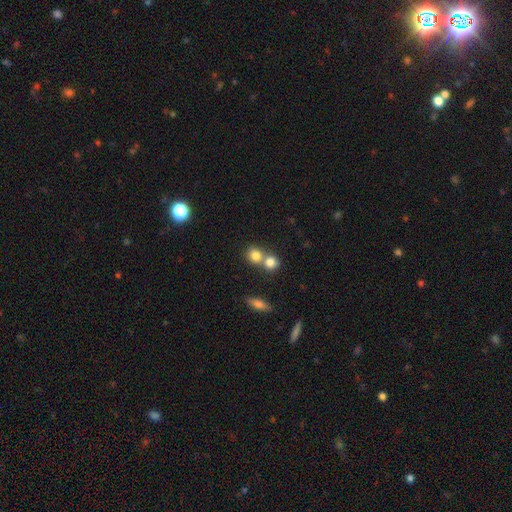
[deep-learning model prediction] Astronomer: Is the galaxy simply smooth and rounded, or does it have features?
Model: smooth — 80%.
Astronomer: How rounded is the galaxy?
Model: round — 80%.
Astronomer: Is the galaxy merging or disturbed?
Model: merger — 48% (runner-up: none, 43%).